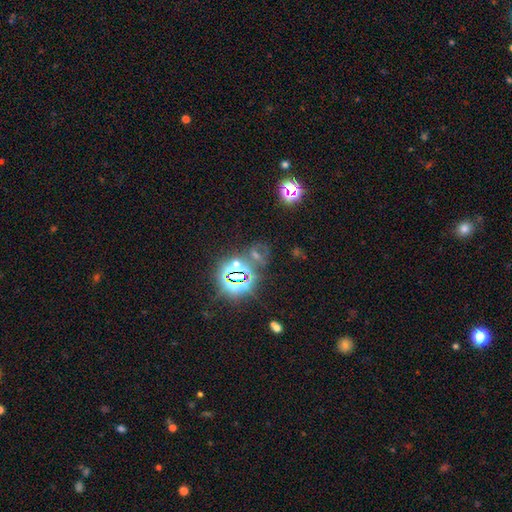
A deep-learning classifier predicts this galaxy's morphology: The model was most divided on "smooth or featured": star or artifact: 73%, smooth: 17%, featured or disk: 11%.